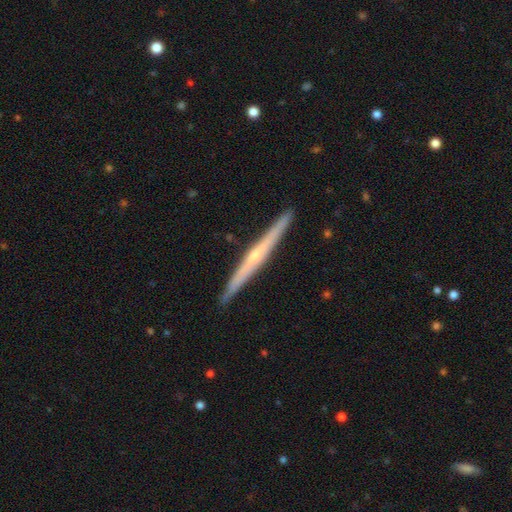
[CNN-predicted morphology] Smooth or featured? Predicted: featured or disk (p=0.70). Edge-on disk? Predicted: yes (p=0.98). Edge-on bulge? Predicted: rounded (p=0.55). Merging? Predicted: none (p=0.92).